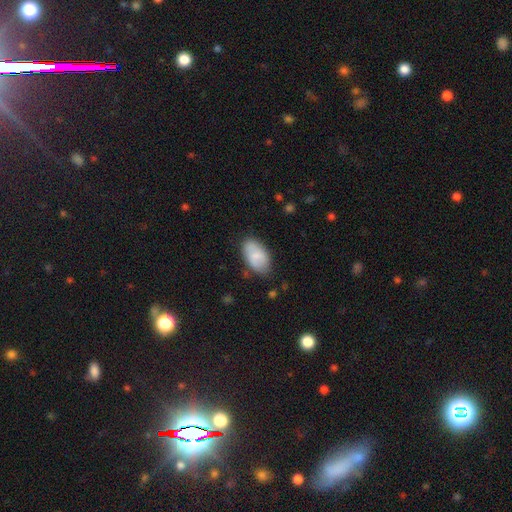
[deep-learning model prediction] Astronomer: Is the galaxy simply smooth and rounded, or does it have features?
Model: smooth — 75%.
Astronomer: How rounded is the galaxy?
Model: in between — 94%.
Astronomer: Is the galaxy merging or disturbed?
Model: none — 75%.